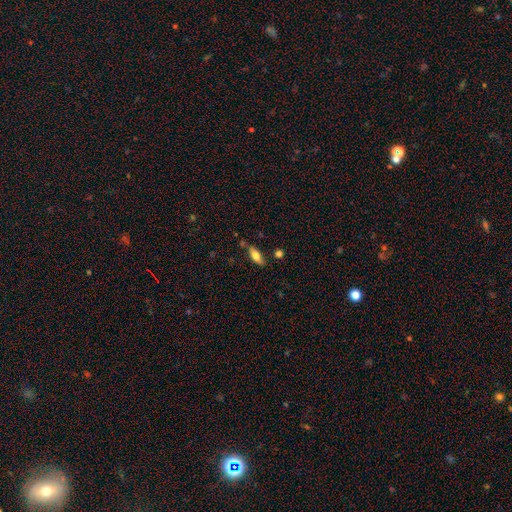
smooth_or_featured: smooth (p=0.78) [alt: featured or disk p=0.20]
how_rounded: in between (p=0.68) [alt: cigar-shaped p=0.26]
merging: none (p=0.72) [alt: minor disturbance p=0.13]